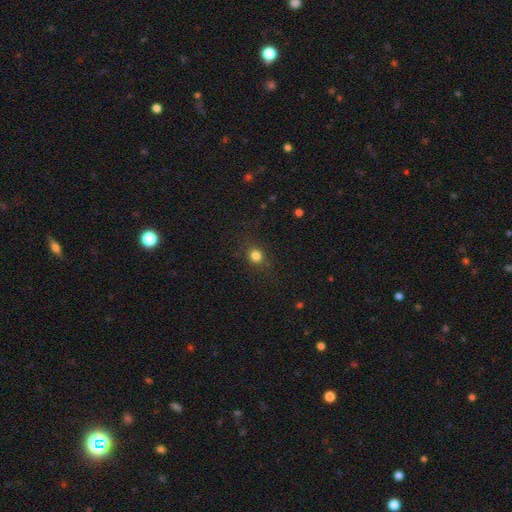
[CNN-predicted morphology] Smooth or featured?
  - smooth: 81% *
  - star or artifact: 14%
  - featured or disk: 6%
How rounded?
  - round: 81% *
  - in between: 18%
  - cigar-shaped: 1%
Merging?
  - none: 84% *
  - minor disturbance: 10%
  - major disturbance: 4%
  - merger: 1%